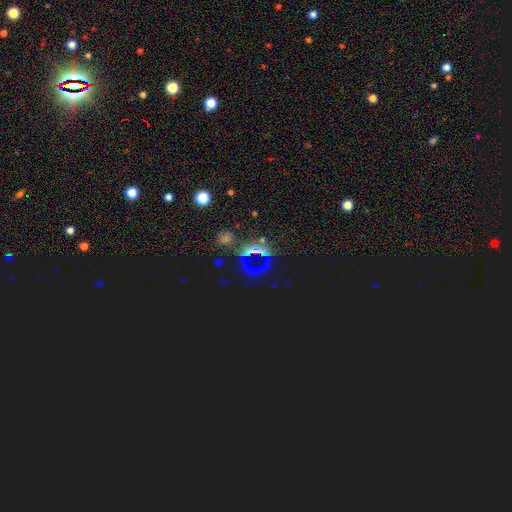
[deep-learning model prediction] Morphology: type=star or artifact (80%).